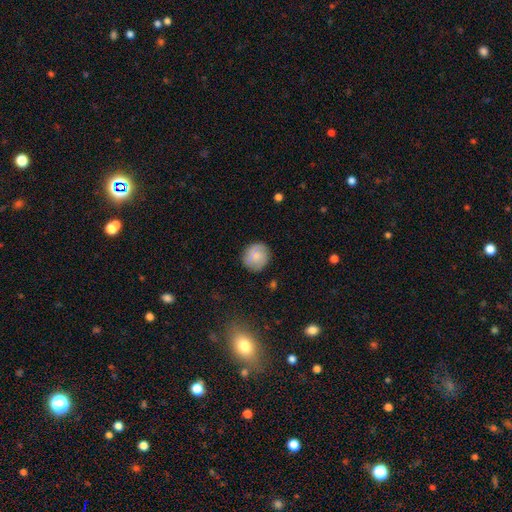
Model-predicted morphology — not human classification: A smooth galaxy with no disk features (77%) that is round (90%). Merging: none (85%).